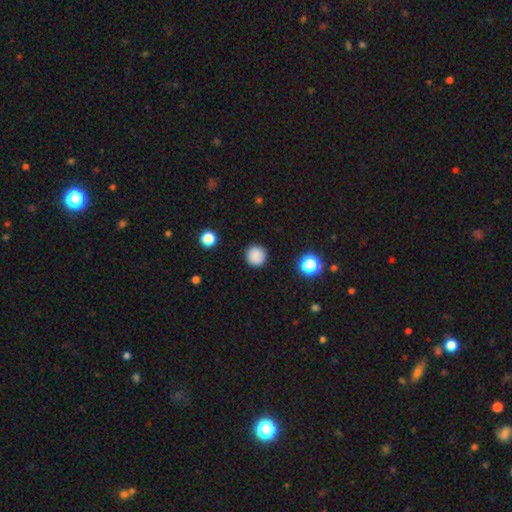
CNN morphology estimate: Smooth or featured? smooth (86%)
How rounded? round (96%)
Merging? none (90%)